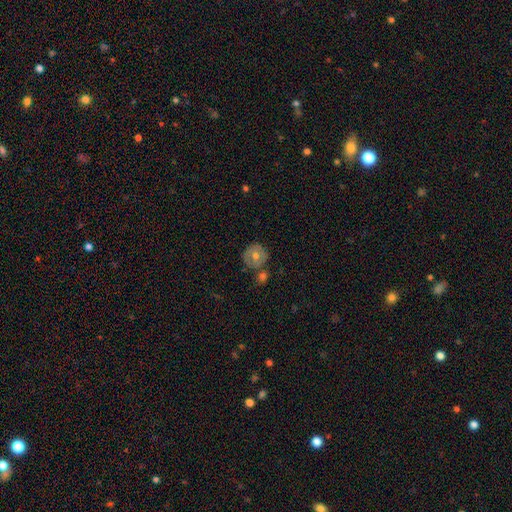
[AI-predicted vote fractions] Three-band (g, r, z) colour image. It shows a smooth galaxy with no disk features (48%). Merging: none (71%).